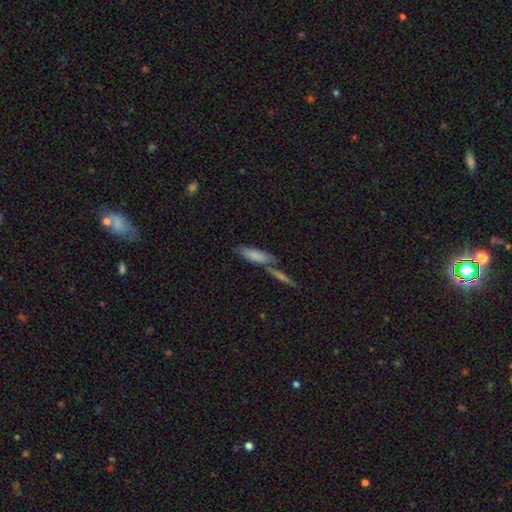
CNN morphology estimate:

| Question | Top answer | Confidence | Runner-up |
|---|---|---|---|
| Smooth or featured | smooth | 77% | featured or disk (16%) |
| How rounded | cigar-shaped | 52% | in between (45%) |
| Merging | none | 52% | merger (32%) |